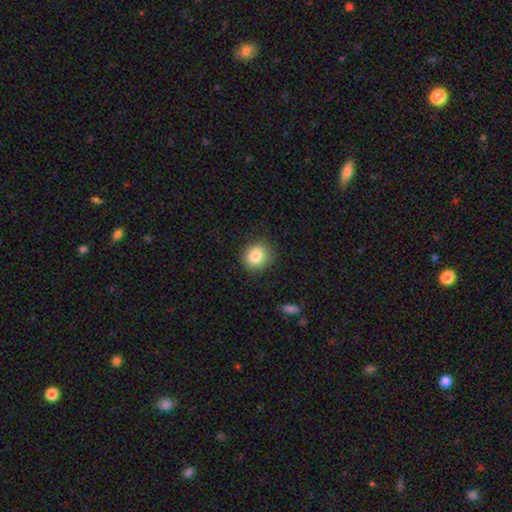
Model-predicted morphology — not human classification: Smooth or featured? smooth (84%)
How rounded? round (85%)
Merging? none (87%)